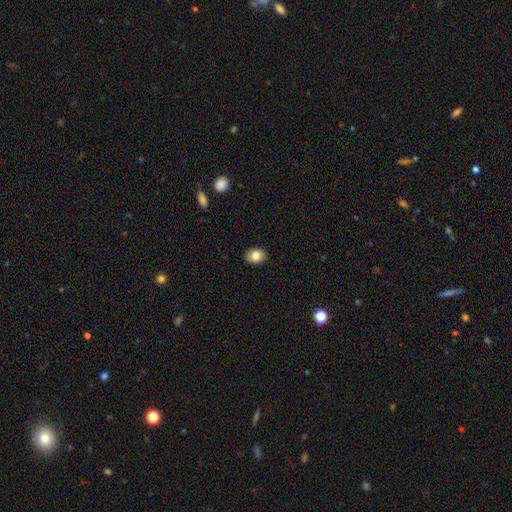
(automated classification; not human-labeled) Smooth or featured? smooth (82%)
How rounded? in between (61%)
Merging? none (90%)